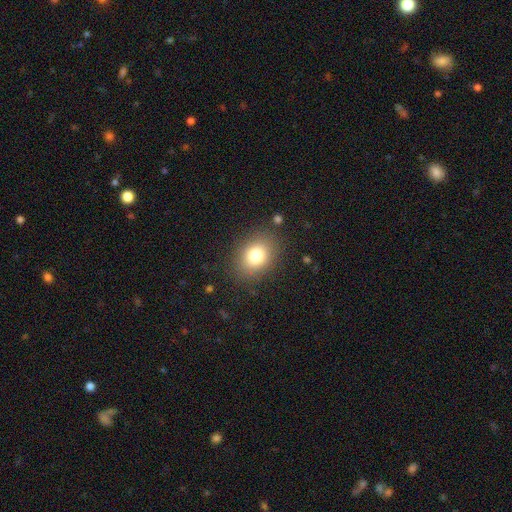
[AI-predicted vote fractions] Smooth or featured: smooth — 78% (star or artifact — 12%)
How rounded: in between — 57% (round — 42%)
Merging: none — 84% (minor disturbance — 10%)